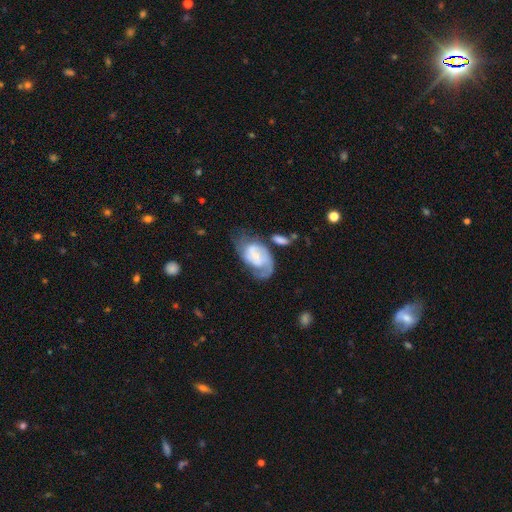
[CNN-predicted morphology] Q: Smooth or featured?
A: featured or disk (69%); runner-up: smooth (24%)
Q: Edge-on disk?
A: no (97%); runner-up: yes (3%)
Q: Bar?
A: no (47%); runner-up: weak (43%)
Q: Spiral arms?
A: yes (86%); runner-up: no (14%)
Q: Spiral winding?
A: medium (43%); runner-up: tight (34%)
Q: Spiral arm count?
A: 2 (50%); runner-up: 1 (22%)
Q: Bulge size?
A: small (50%); runner-up: moderate (25%)
Q: Merging?
A: none (36%); runner-up: major disturbance (28%)